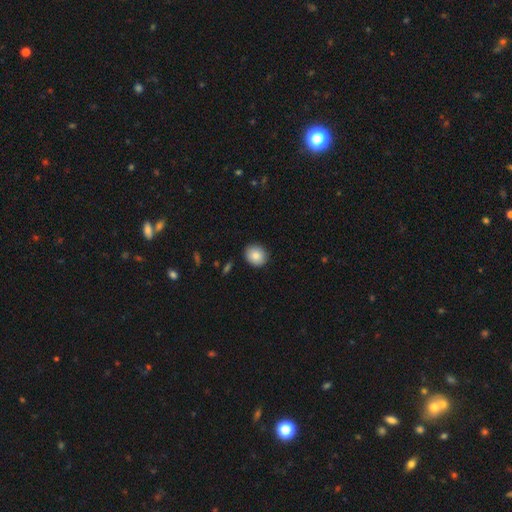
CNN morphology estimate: smooth-or-featured: smooth: 86% | star or artifact: 8% | featured or disk: 7%
  how-rounded: round: 74% | in between: 25% | cigar-shaped: 1%
  merging: none: 89% | minor disturbance: 8% | major disturbance: 2% | merger: 1%